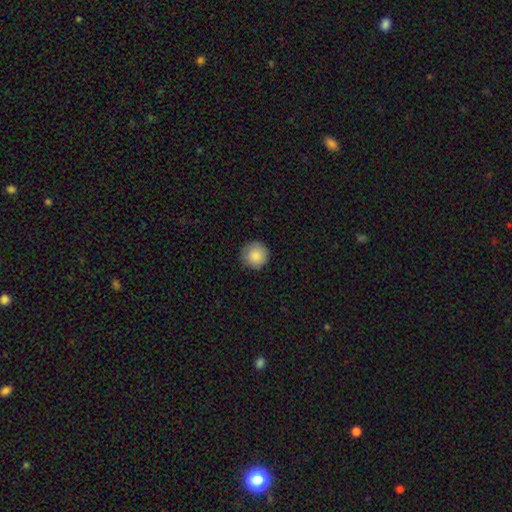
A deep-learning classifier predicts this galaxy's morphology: Smooth or featured: smooth — 87% (star or artifact — 8%)
How rounded: round — 95% (in between — 4%)
Merging: none — 87% (minor disturbance — 10%)